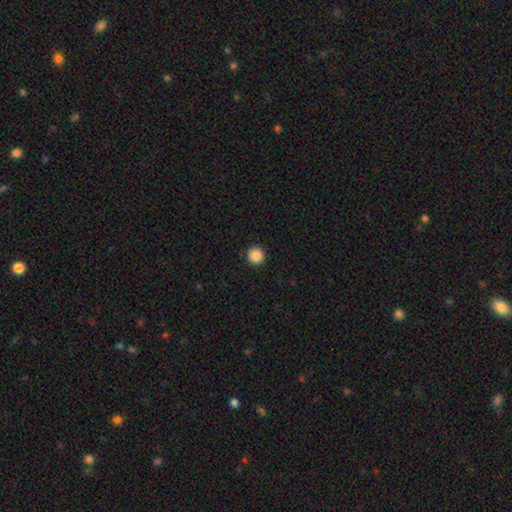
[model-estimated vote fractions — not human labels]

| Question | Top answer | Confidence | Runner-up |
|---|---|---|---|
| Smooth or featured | smooth | 88% | star or artifact (9%) |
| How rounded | round | 96% | in between (3%) |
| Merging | none | 93% | minor disturbance (4%) |